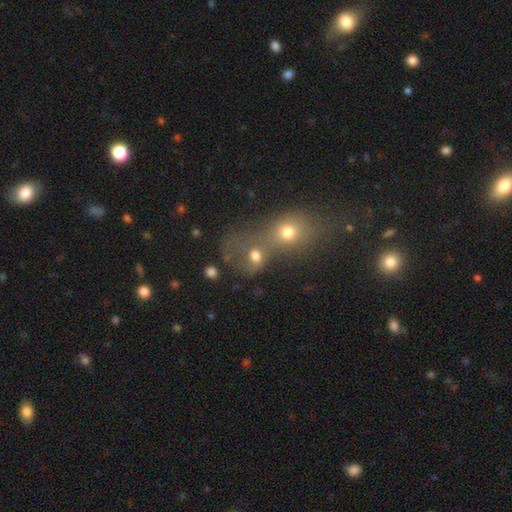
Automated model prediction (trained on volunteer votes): Smooth or featured? smooth (63%)
How rounded? round (63%)
Merging? merger (71%)